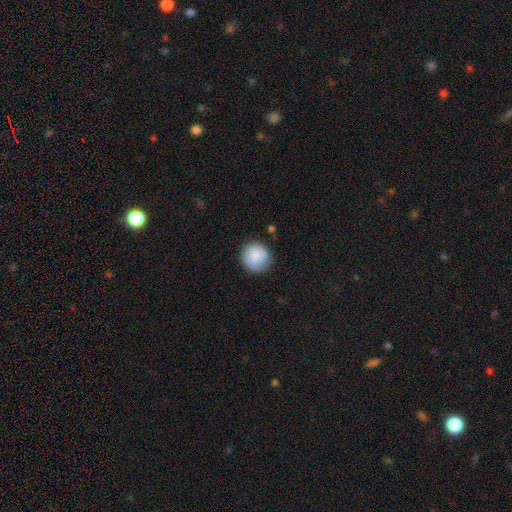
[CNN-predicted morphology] This appears to be a smooth galaxy with no disk features (87%) that is round (92%). Merging: none (80%).